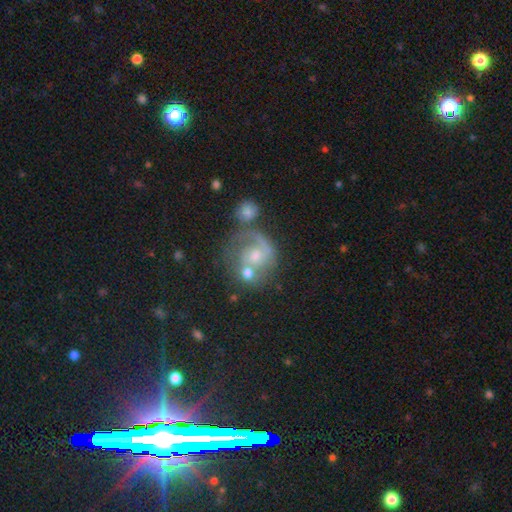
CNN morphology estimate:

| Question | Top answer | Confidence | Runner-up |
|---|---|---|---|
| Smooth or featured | featured or disk | 68% | smooth (21%) |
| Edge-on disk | no | 98% | yes (2%) |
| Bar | no | 70% | weak (25%) |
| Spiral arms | yes | 84% | no (16%) |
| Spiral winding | medium | 43% | tight (34%) |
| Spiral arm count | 1 | 46% | 2 (38%) |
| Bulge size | moderate | 47% | small (43%) |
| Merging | none | 40% | merger (27%) |